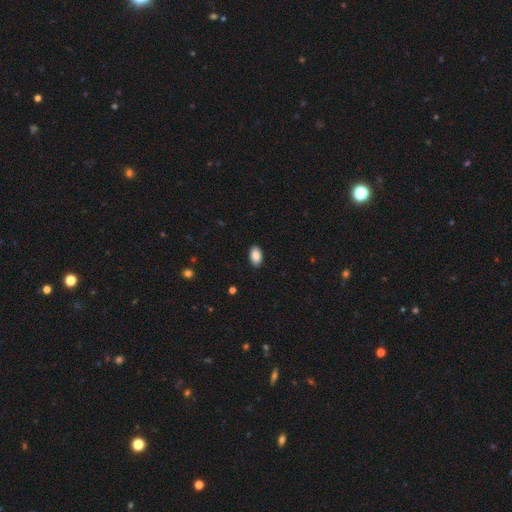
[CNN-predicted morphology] This appears to be a smooth galaxy with no disk features (88%) that is in between round and cigar-shaped (93%). Merging: none (89%).